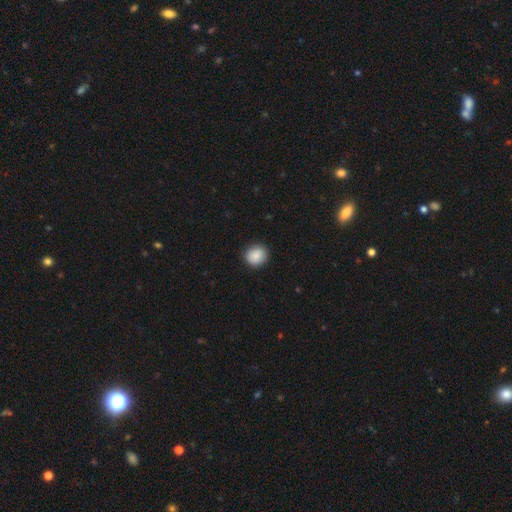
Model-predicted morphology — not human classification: Q: Smooth or featured?
A: smooth (88%); runner-up: star or artifact (8%)
Q: How rounded?
A: round (83%); runner-up: in between (16%)
Q: Merging?
A: none (88%); runner-up: minor disturbance (9%)